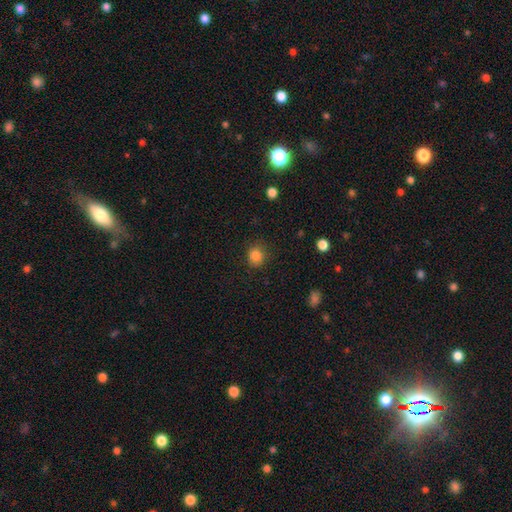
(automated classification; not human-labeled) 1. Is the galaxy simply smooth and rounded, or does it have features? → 85% smooth, 11% star or artifact, 4% featured or disk.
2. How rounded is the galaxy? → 81% round, 18% in between, 1% cigar-shaped.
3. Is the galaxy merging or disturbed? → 86% none, 10% minor disturbance, 3% major disturbance, 1% merger.